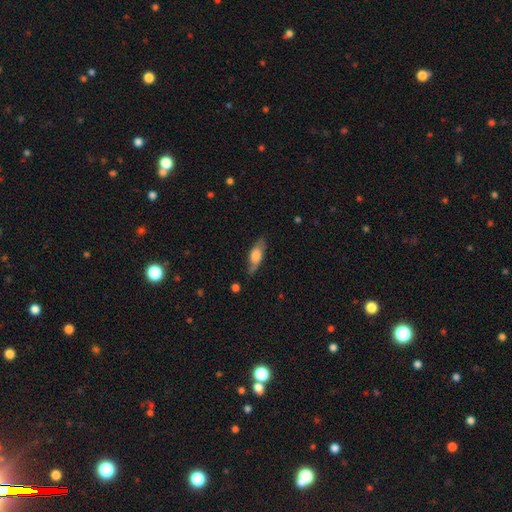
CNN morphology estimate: This appears to be a smooth galaxy with no disk features (56%) that is in between round and cigar-shaped (61%). Merging: none (77%).